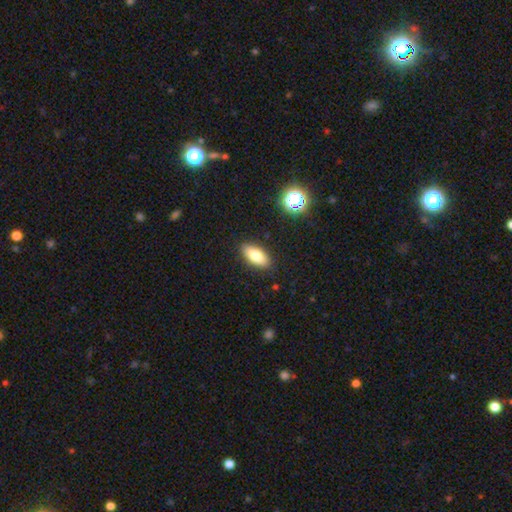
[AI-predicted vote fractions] smooth-or-featured: smooth: 77% | featured or disk: 15% | star or artifact: 8%
  how-rounded: in between: 87% | cigar-shaped: 9% | round: 3%
  merging: none: 89% | minor disturbance: 8% | major disturbance: 2% | merger: 1%